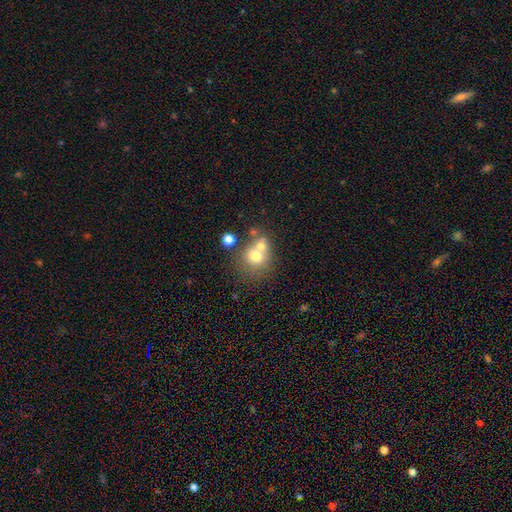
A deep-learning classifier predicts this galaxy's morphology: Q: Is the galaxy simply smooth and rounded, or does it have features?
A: smooth — 67%.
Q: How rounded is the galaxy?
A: round — 79%.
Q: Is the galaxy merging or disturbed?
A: merger — 48%.